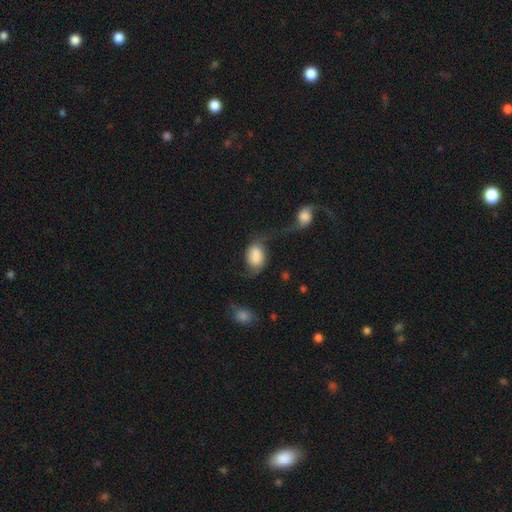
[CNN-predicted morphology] smooth-or-featured: smooth: 67% | featured or disk: 25% | star or artifact: 8%
  how-rounded: in between: 76% | round: 22% | cigar-shaped: 1%
  merging: major disturbance: 28% | none: 27% | merger: 27% | minor disturbance: 18%